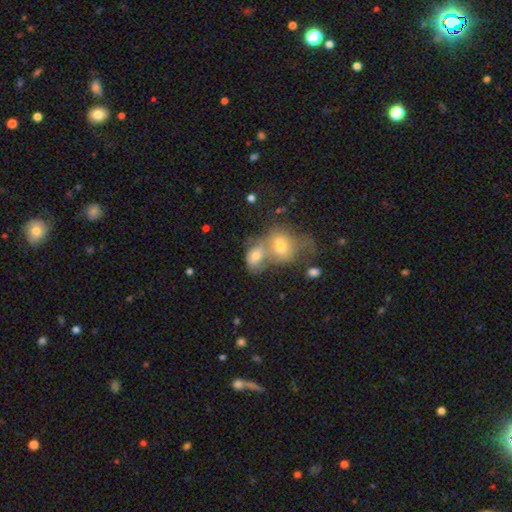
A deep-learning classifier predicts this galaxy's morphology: Overall: smooth (67%). How rounded: in between (66%; round 32%). Merging: merger (69%).